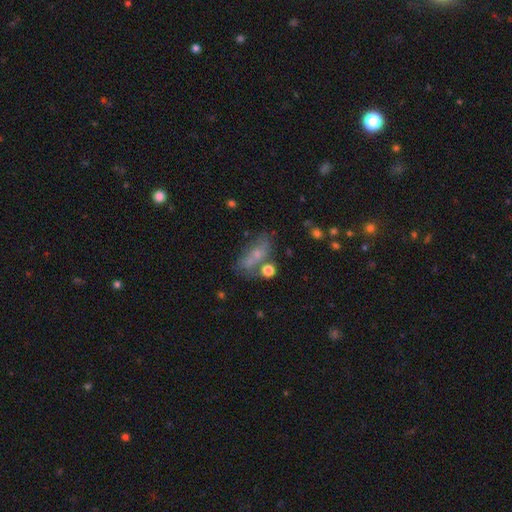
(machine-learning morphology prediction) A smooth galaxy with no disk features (56%) that is in between round and cigar-shaped (69%). Merging: none (45%).